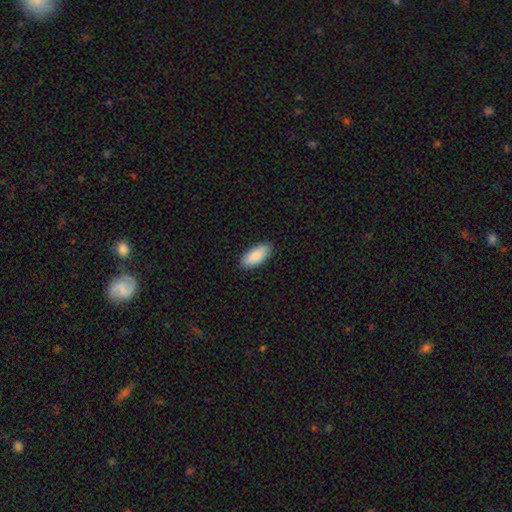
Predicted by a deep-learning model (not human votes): Smooth or featured: smooth — 90% (star or artifact — 5%)
How rounded: in between — 90% (cigar-shaped — 8%)
Merging: none — 89% (minor disturbance — 8%)